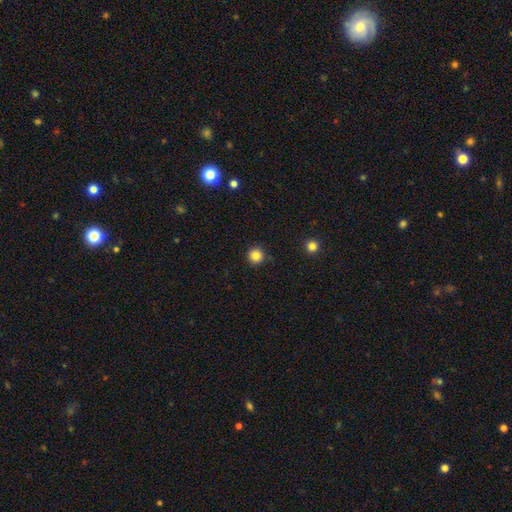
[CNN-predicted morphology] The model was most divided on "smooth or featured": smooth: 84%, star or artifact: 12%, featured or disk: 5%. More confident: how rounded — round (95%); merging — none (91%).